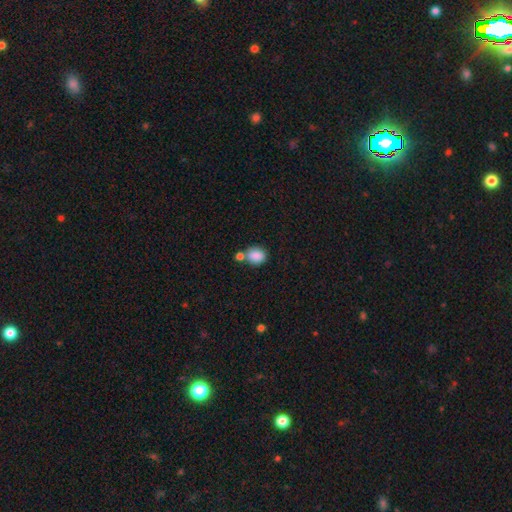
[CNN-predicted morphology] type=smooth (86%); roundness=round (53%); merging=none (51%).